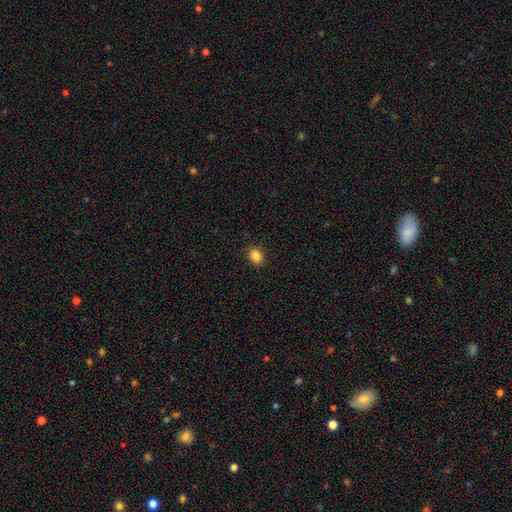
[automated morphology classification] Smooth or featured?
  - smooth: 86% *
  - star or artifact: 11%
  - featured or disk: 4%
How rounded?
  - round: 54% *
  - in between: 45%
  - cigar-shaped: 1%
Merging?
  - none: 91% *
  - minor disturbance: 6%
  - major disturbance: 2%
  - merger: 1%